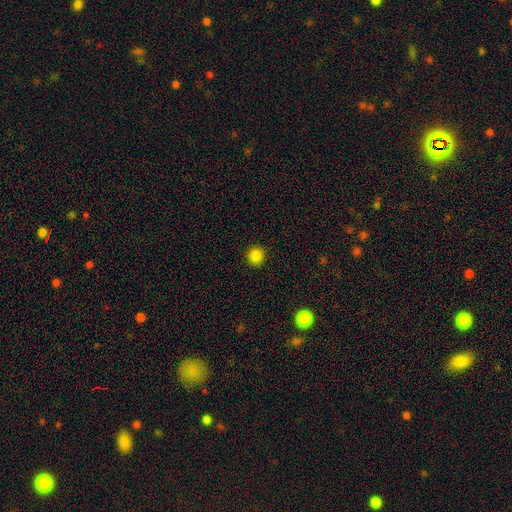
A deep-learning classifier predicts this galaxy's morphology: Q: Smooth or featured?
A: smooth (85%); runner-up: star or artifact (12%)
Q: How rounded?
A: round (93%); runner-up: in between (6%)
Q: Merging?
A: none (92%); runner-up: minor disturbance (5%)